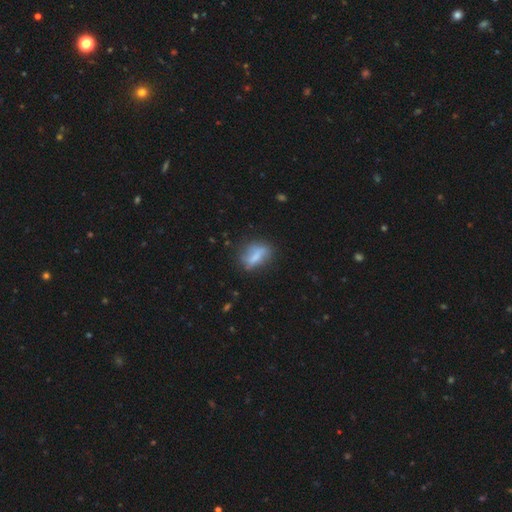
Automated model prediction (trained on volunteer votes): smooth 58%, featured or disk 32%, star or artifact 9%. Down the decision tree: how rounded — in between (66%); merging — none (59%).